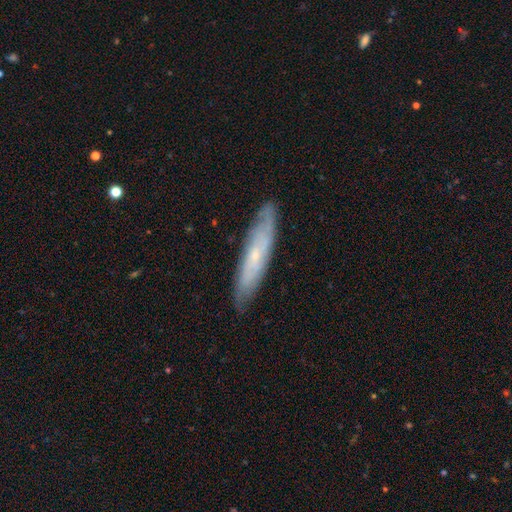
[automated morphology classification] A featured or disk galaxy (60%) viewed edge-on (54%).

Vote fractions:
- Smooth or featured? featured or disk: 60% / smooth: 33% / star or artifact: 7%
- Edge-on disk? yes: 54% / no: 46%
- Merging? none: 84% / minor disturbance: 12% / major disturbance: 2% / merger: 1%